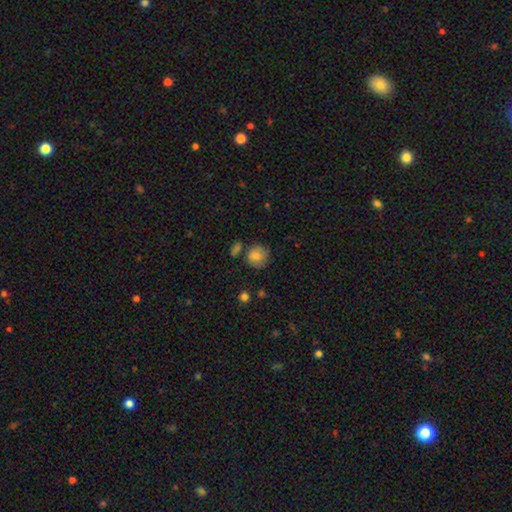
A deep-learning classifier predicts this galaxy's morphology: smooth 80%, featured or disk 11%, star or artifact 8%. Down the decision tree: how rounded — round (87%); merging — none (71%).